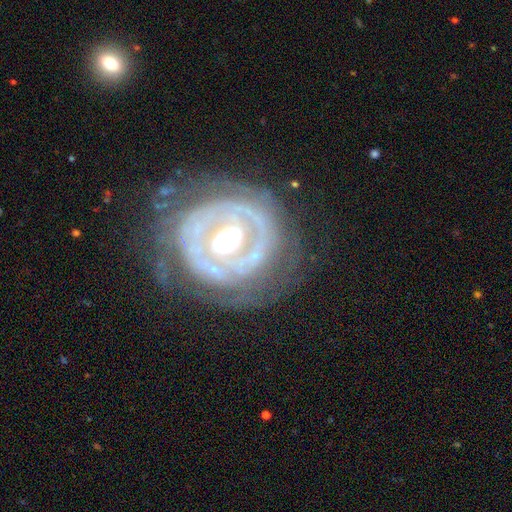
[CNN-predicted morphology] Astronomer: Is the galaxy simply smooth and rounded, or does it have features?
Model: featured or disk — 83%.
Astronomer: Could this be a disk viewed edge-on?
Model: no — 96%.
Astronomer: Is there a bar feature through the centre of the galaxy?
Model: no — 44% (runner-up: weak, 28%).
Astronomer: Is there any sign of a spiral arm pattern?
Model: yes — 67%.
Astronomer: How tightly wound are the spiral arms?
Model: tight — 68%.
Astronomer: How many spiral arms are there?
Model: can't tell — 40% (runner-up: 2, 29%).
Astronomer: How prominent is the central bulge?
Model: moderate — 55% (runner-up: large, 33%).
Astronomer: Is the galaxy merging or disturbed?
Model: none — 65%.